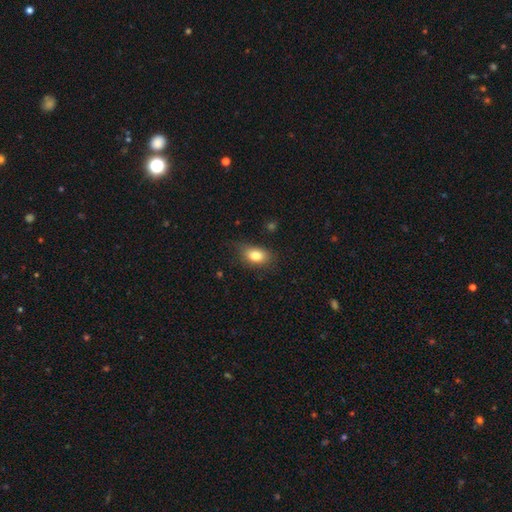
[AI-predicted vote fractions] smooth 82%, featured or disk 9%, star or artifact 9%. Down the decision tree: how rounded — in between (85%); merging — none (71%).